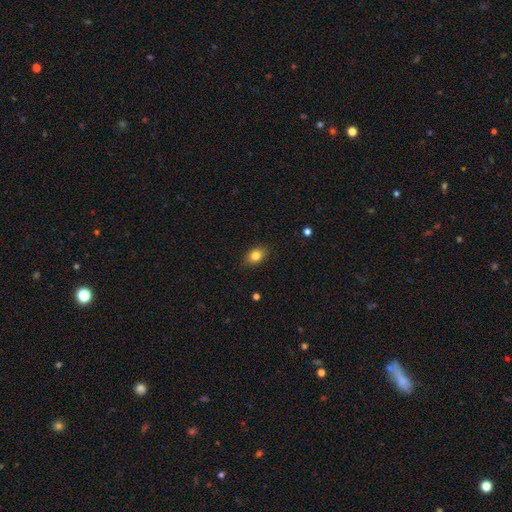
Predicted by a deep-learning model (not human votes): This is clearly a smooth galaxy (82%). How rounded: likely in between (75%). Merging: clearly none (87%).